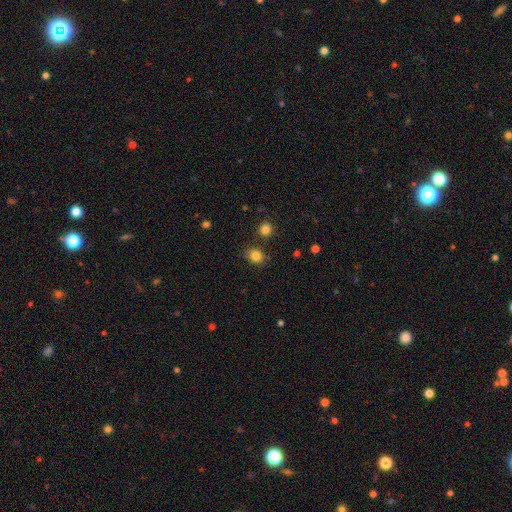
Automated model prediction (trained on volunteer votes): Smooth or featured? smooth (84%)
How rounded? round (61%)
Merging? none (78%)